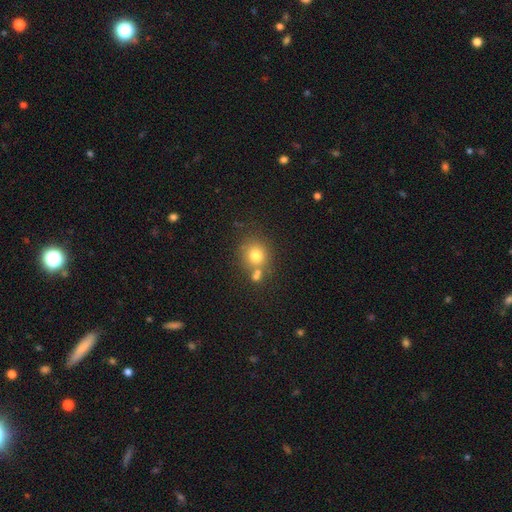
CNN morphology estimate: smooth-or-featured: smooth: 75% | star or artifact: 13% | featured or disk: 12%
  how-rounded: round: 85% | in between: 14% | cigar-shaped: 1%
  merging: none: 60% | merger: 25% | minor disturbance: 11% | major disturbance: 4%